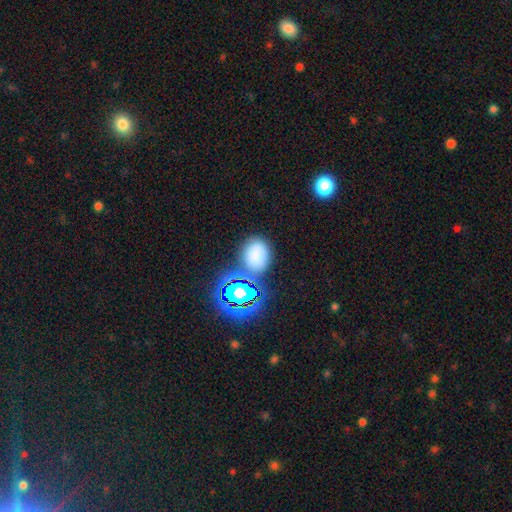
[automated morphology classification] smooth-or-featured: smooth: 68% | star or artifact: 24% | featured or disk: 8%
  how-rounded: in between: 53% | round: 45% | cigar-shaped: 1%
  merging: none: 70% | minor disturbance: 14% | merger: 11% | major disturbance: 5%